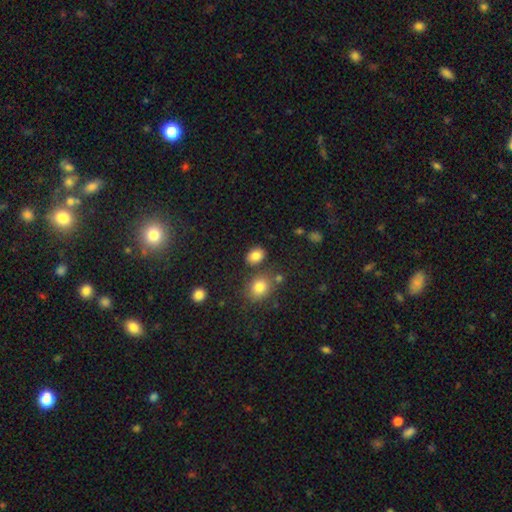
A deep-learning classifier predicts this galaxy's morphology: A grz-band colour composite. It shows a smooth galaxy with no disk features (83%) that is in between round and cigar-shaped (67%). Merging: none (77%).